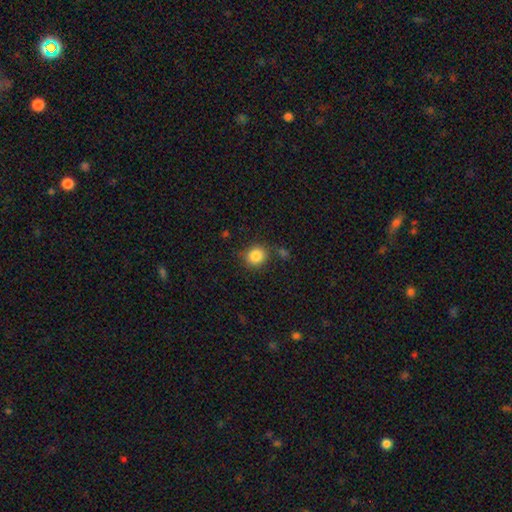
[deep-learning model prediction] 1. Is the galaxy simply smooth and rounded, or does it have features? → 85% smooth, 10% star or artifact, 5% featured or disk.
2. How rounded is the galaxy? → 80% round, 19% in between, 1% cigar-shaped.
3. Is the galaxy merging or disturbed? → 79% none, 13% minor disturbance, 5% merger, 4% major disturbance.